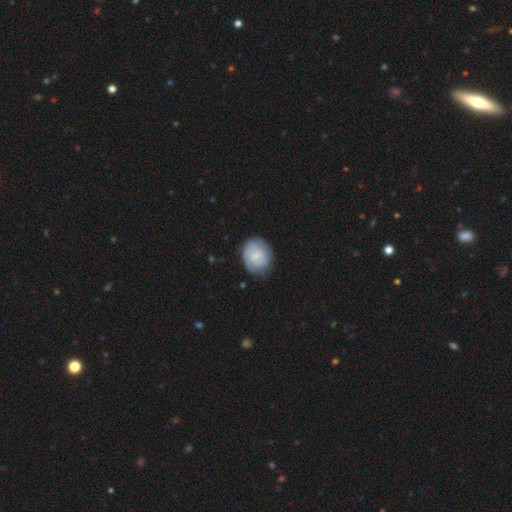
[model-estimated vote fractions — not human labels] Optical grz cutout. It shows a smooth galaxy with no disk features (68%) that is round (54%). Merging: none (70%).